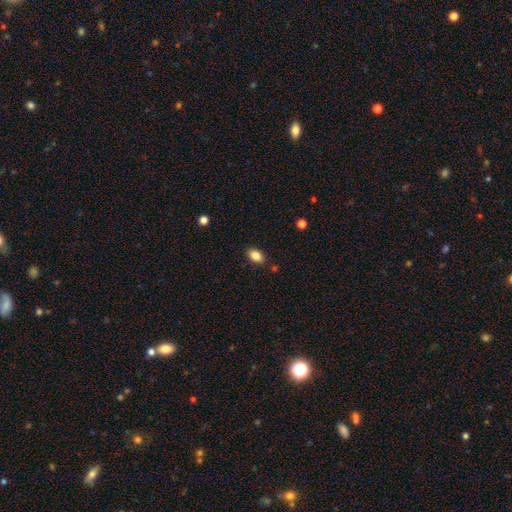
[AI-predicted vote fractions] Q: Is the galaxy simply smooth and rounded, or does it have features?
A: smooth — 86%.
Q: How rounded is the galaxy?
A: in between — 87%.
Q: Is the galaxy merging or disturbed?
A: none — 85%.